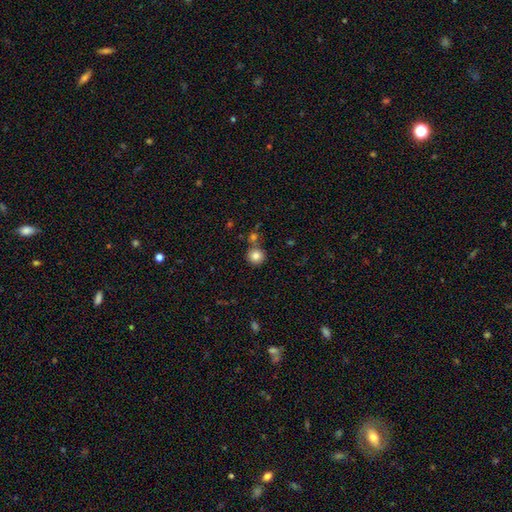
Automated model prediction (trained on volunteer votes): This appears to be a smooth galaxy with no disk features (84%) that is round (94%). Merging: none (75%).